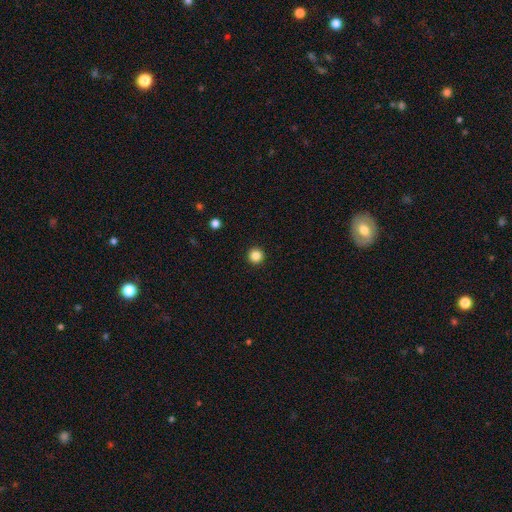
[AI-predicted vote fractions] The model was most divided on "smooth or featured": smooth: 85%, star or artifact: 11%, featured or disk: 4%. More confident: how rounded — round (96%); merging — none (94%).